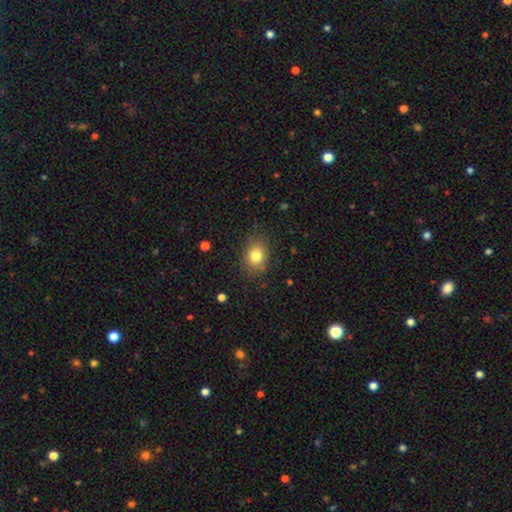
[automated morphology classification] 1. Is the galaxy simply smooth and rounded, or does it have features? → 81% smooth, 11% star or artifact, 9% featured or disk.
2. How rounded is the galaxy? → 58% in between, 41% round, 1% cigar-shaped.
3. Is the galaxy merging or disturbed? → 84% none, 11% minor disturbance, 3% major disturbance, 1% merger.